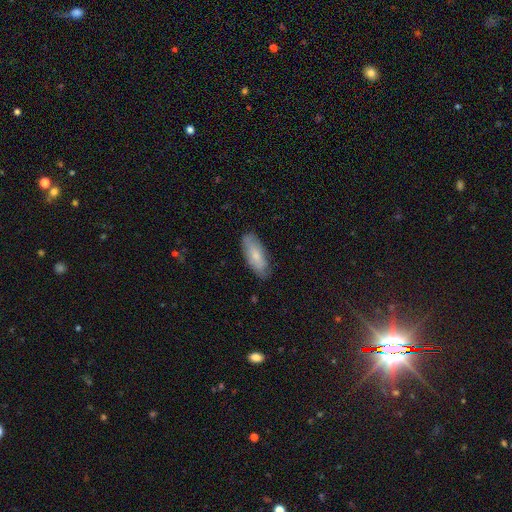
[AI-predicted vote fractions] The model was most divided on "smooth or featured": smooth: 71%, featured or disk: 23%, star or artifact: 6%. More confident: merging — none (79%); how rounded — in between (76%).